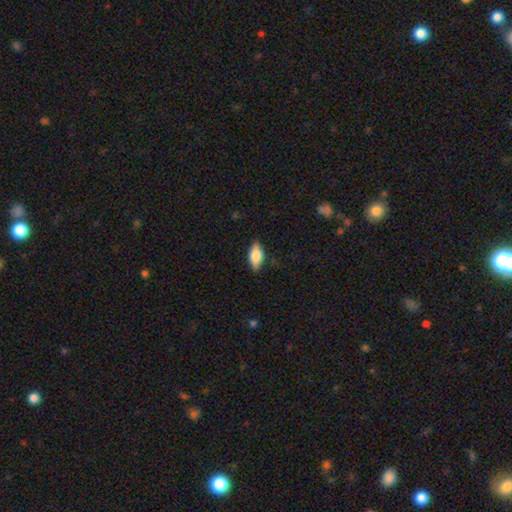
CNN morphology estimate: Smooth or featured? Predicted: smooth (p=0.68). How rounded? Predicted: in between (p=0.85). Merging? Predicted: none (p=0.83).